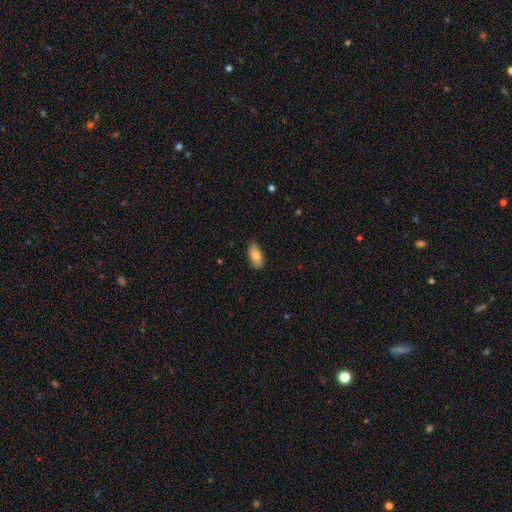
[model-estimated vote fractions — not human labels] Overall: smooth (81%). How rounded: in between (91%). Merging: none (83%).